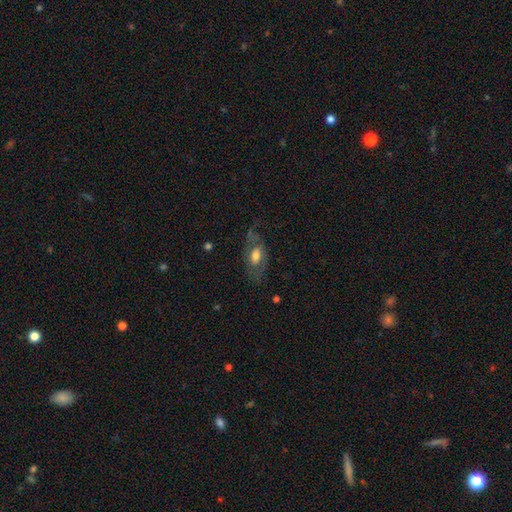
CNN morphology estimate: This appears to be a featured or disk galaxy (52%). Merging: none (57%).